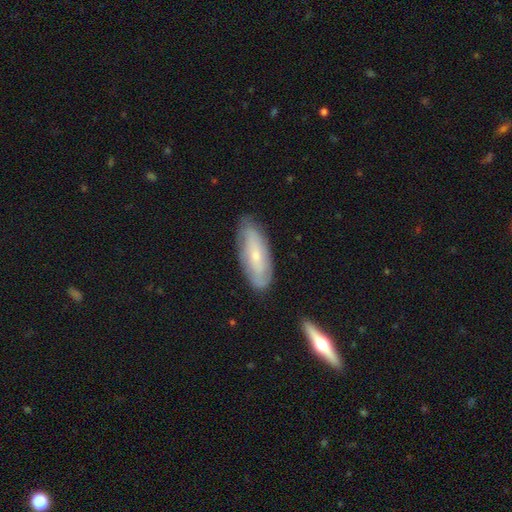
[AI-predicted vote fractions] smooth-or-featured: featured or disk: 49% | smooth: 44% | star or artifact: 7%
  merging: none: 80% | minor disturbance: 15% | major disturbance: 3% | merger: 2%